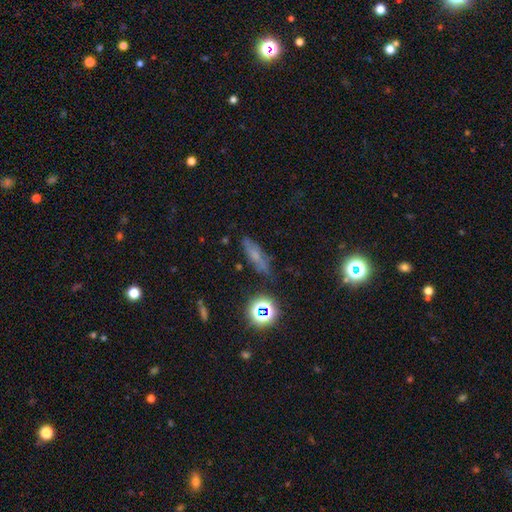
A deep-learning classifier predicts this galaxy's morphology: The model was most divided on "how rounded": cigar-shaped: 58%, in between: 34%, round: 8%. More confident: merging — none (72%); smooth or featured — smooth (51%).